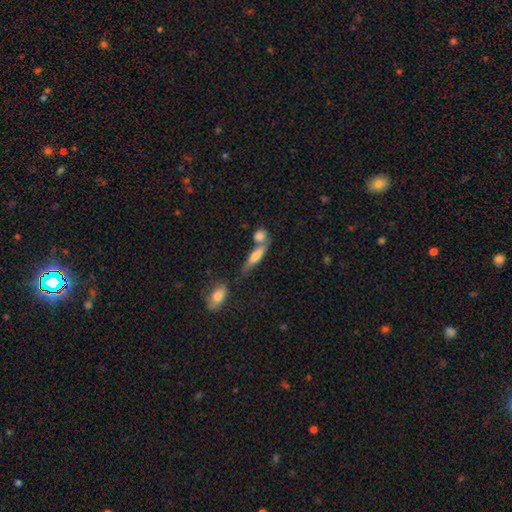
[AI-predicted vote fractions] smooth-or-featured: smooth: 62% | featured or disk: 30% | star or artifact: 8%
  how-rounded: cigar-shaped: 68% | in between: 28% | round: 4%
  merging: none: 51% | merger: 30% | minor disturbance: 13% | major disturbance: 5%